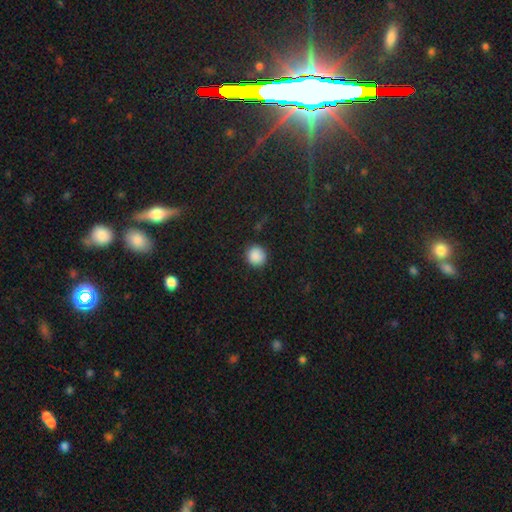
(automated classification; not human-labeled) Smooth or featured? Predicted: smooth (p=0.88). How rounded? Predicted: round (p=0.93). Merging? Predicted: none (p=0.90).